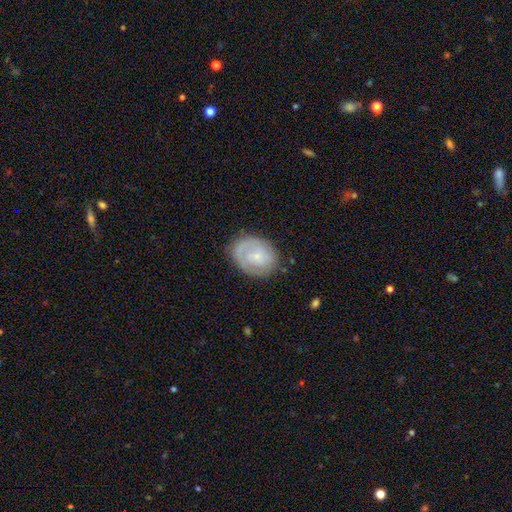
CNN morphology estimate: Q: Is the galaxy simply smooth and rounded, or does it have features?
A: featured or disk — 52%.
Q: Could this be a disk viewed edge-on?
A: no — 97%.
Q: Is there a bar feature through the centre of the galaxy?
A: no — 74%.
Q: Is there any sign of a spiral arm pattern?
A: yes — 72%.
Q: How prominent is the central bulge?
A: small — 65%.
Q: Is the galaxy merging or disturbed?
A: none — 70%.